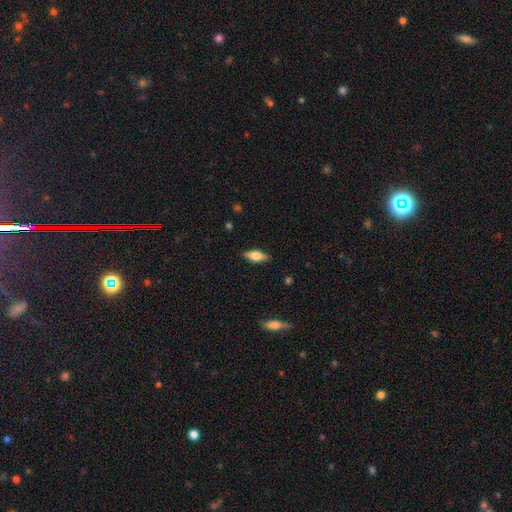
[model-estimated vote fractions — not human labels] smooth-or-featured: smooth: 64% | featured or disk: 30% | star or artifact: 7%
  how-rounded: in between: 71% | cigar-shaped: 26% | round: 3%
  merging: none: 87% | minor disturbance: 10% | major disturbance: 2% | merger: 1%